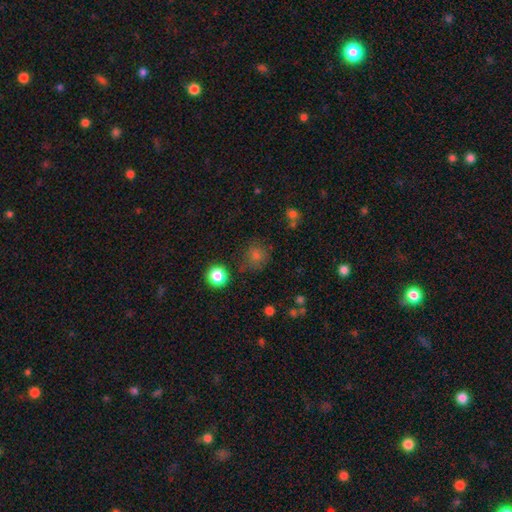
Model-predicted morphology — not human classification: Smooth or featured? smooth (72%)
How rounded? round (88%)
Merging? none (77%)